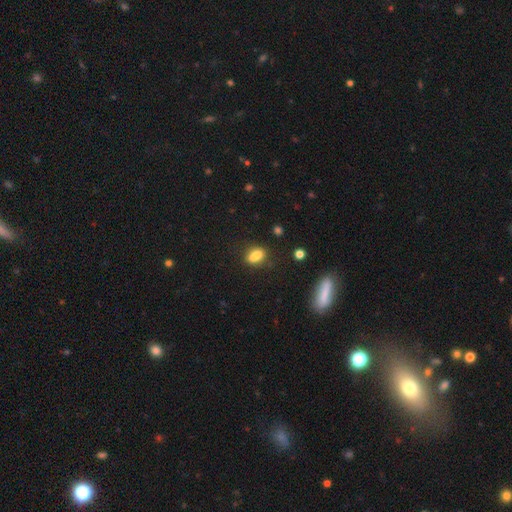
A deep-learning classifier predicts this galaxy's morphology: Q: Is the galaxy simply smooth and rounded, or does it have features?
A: smooth — 79%.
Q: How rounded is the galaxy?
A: in between — 71%.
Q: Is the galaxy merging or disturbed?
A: none — 67%.